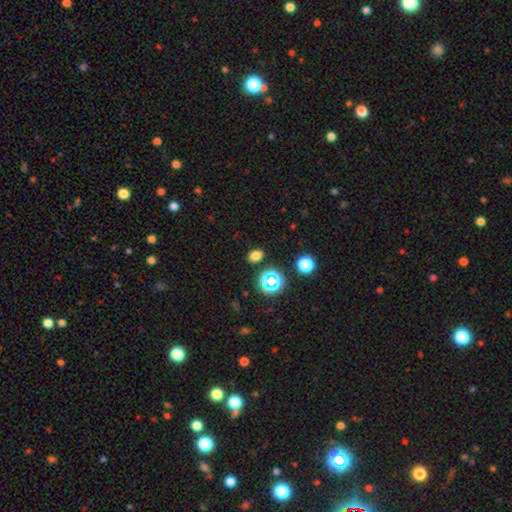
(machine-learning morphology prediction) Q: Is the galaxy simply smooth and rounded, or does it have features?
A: smooth — 74%.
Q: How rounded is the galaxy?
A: in between — 65%.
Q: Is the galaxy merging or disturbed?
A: none — 86%.